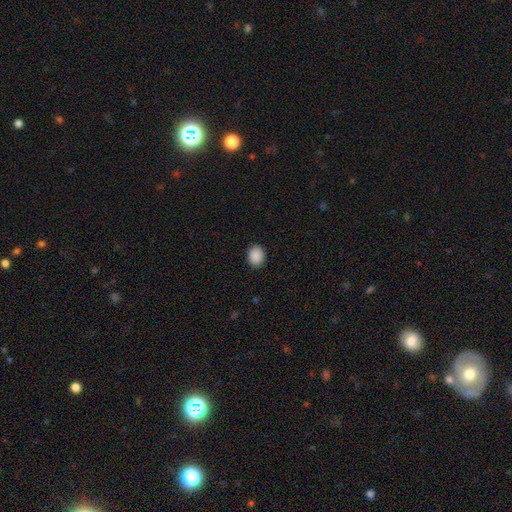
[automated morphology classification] Smooth or featured? Predicted: smooth (p=0.90). How rounded? Predicted: round (p=0.54). Merging? Predicted: none (p=0.90).